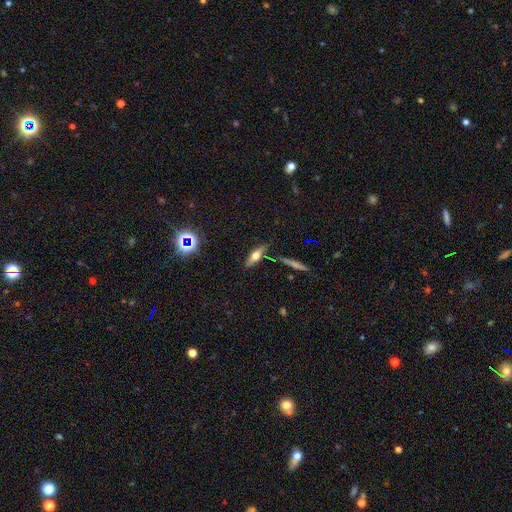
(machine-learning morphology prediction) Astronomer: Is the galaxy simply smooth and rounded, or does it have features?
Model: featured or disk — 48% (runner-up: smooth, 41%).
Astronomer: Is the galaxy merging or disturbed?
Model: none — 82%.